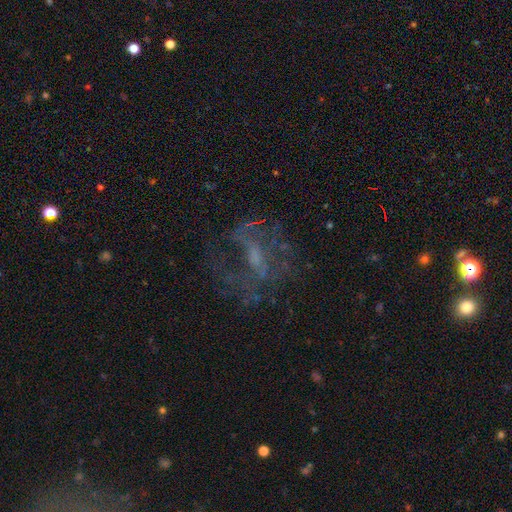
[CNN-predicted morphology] The model was most divided on "bulge size": small: 37%, none: 32%, moderate: 27%, large: 4%, dominant: 1%. Remaining: edge-on disk — no (94%); smooth or featured — featured or disk (61%); spiral arms — no (58%); merging — none (53%); bar — no (44%).